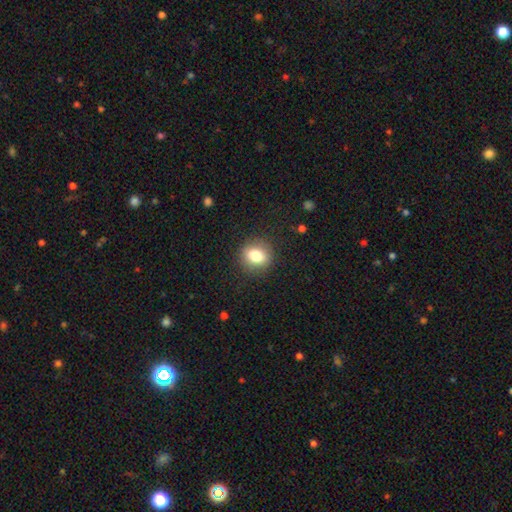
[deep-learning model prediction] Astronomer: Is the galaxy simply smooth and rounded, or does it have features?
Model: smooth — 81%.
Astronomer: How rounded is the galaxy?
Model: round — 65%.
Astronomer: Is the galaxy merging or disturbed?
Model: none — 87%.